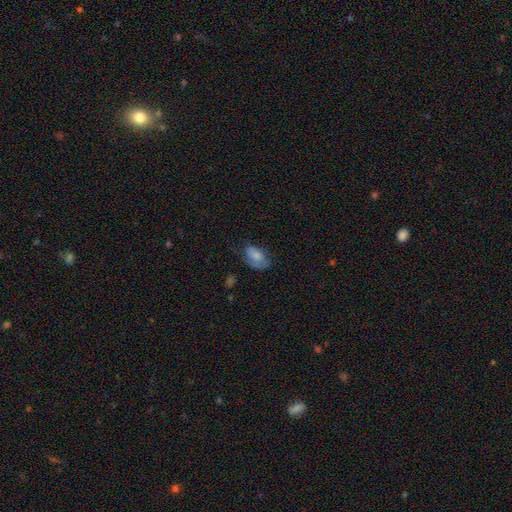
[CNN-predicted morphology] Smooth or featured?
  - smooth: 69% *
  - featured or disk: 23%
  - star or artifact: 8%
How rounded?
  - in between: 89% *
  - round: 9%
  - cigar-shaped: 2%
Merging?
  - none: 50% *
  - minor disturbance: 32%
  - major disturbance: 16%
  - merger: 2%